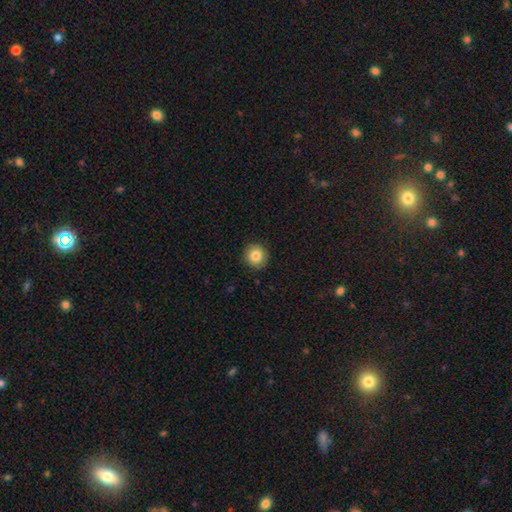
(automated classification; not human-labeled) This is clearly a smooth galaxy (85%). How rounded: clearly round (93%). Merging: clearly none (92%).